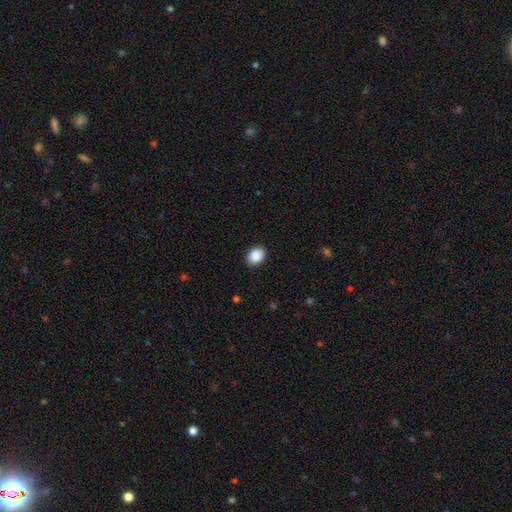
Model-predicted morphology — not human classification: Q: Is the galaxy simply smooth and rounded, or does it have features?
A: smooth — 89%.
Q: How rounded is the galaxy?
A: in between — 65%.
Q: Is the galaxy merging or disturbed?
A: none — 89%.